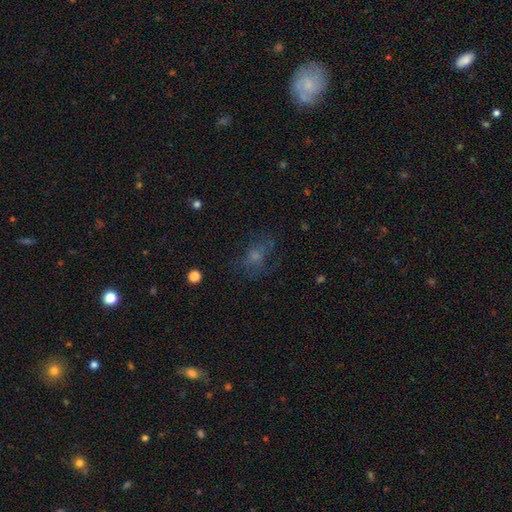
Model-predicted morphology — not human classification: This appears to be a smooth galaxy with no disk features (49%). Merging: none (57%).